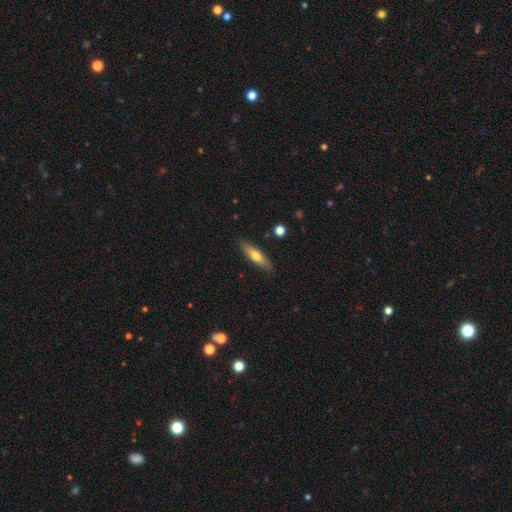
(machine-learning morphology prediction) The model was most divided on "smooth or featured": smooth: 59%, featured or disk: 35%, star or artifact: 6%. More confident: merging — none (87%); how rounded — cigar-shaped (70%).